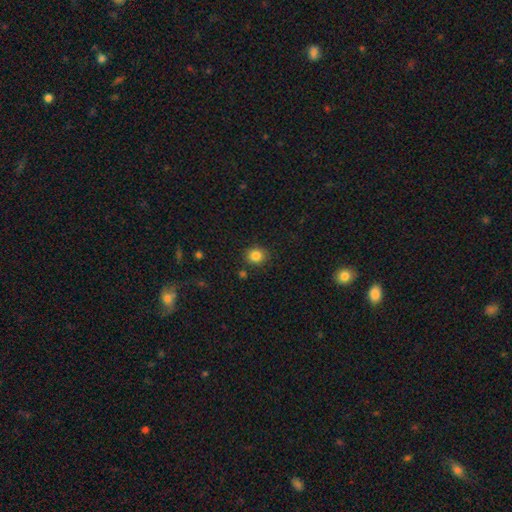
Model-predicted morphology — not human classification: Q: Smooth or featured?
A: smooth (84%); runner-up: star or artifact (11%)
Q: How rounded?
A: round (79%); runner-up: in between (21%)
Q: Merging?
A: none (84%); runner-up: minor disturbance (9%)